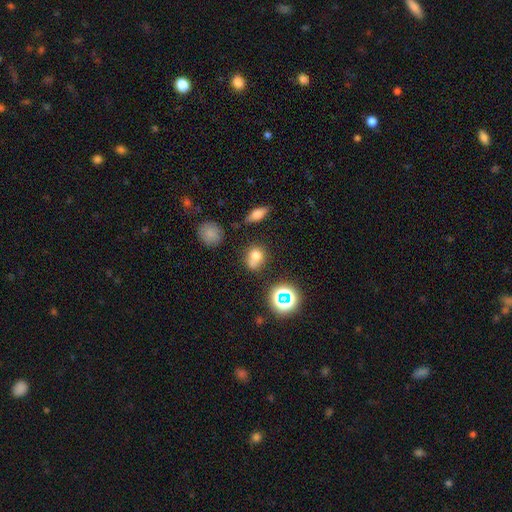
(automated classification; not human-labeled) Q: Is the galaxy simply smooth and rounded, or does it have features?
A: smooth — 69%.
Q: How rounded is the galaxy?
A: round — 63%.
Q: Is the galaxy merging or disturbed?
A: none — 53%.